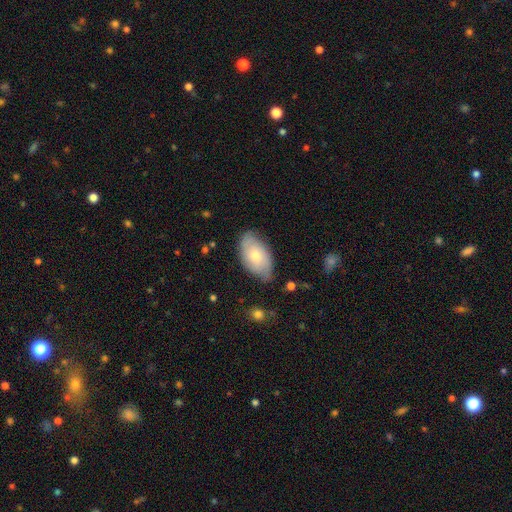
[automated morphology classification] A smooth galaxy with no disk features (56%) that is in between round and cigar-shaped (93%). Merging: none (67%).